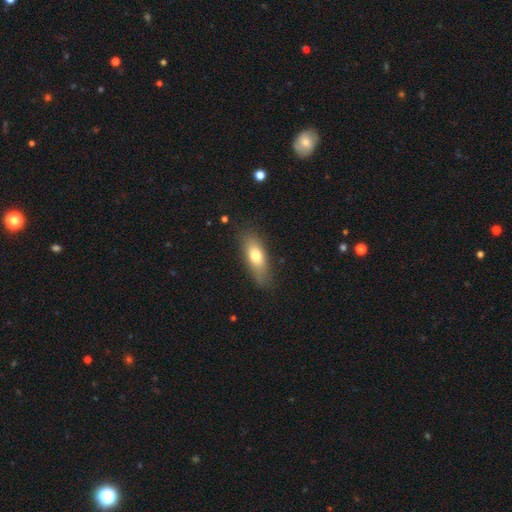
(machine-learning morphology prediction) smooth-or-featured: smooth: 71% | featured or disk: 22% | star or artifact: 7%
  how-rounded: in between: 67% | cigar-shaped: 29% | round: 4%
  merging: none: 75% | minor disturbance: 18% | major disturbance: 5% | merger: 2%